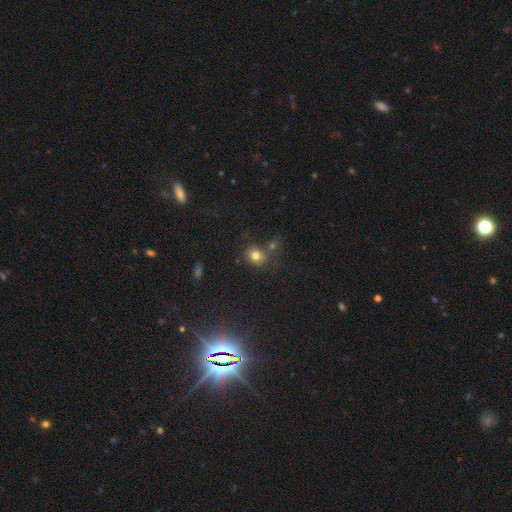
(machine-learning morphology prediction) type=smooth (76%); roundness=round (65%); merging=none (64%).